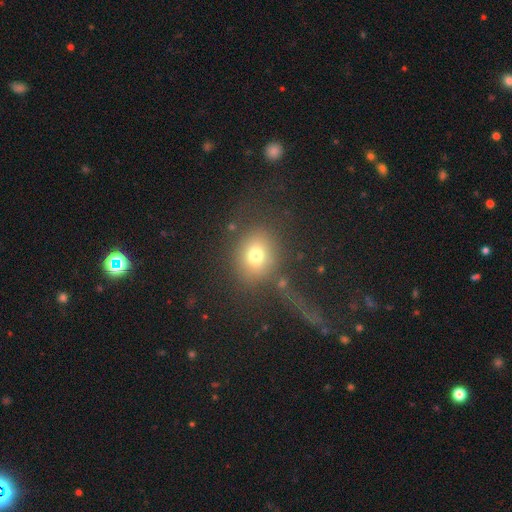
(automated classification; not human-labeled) A smooth galaxy with no disk features (73%) that is round (72%). Merging: none (61%).